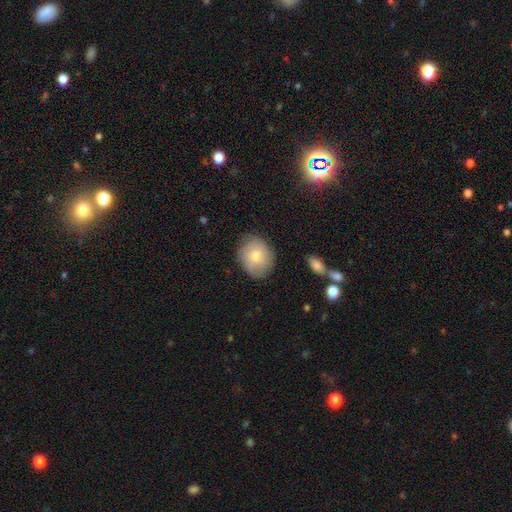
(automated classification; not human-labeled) The model was most divided on "smooth or featured": smooth: 64%, featured or disk: 27%, star or artifact: 9%. More confident: merging — none (78%); how rounded — round (68%).